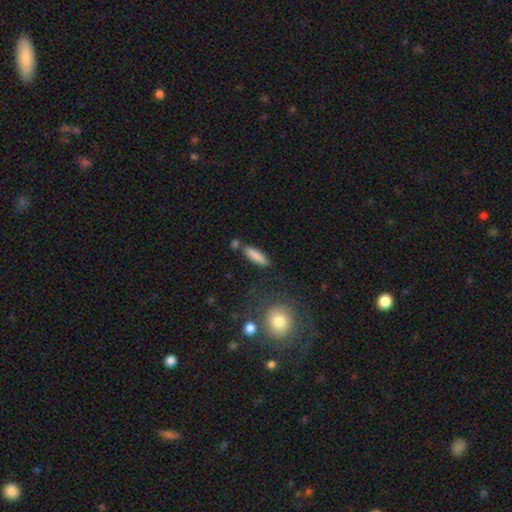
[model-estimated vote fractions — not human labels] Smooth or featured?
  - smooth: 84% *
  - featured or disk: 9%
  - star or artifact: 7%
How rounded?
  - cigar-shaped: 61% *
  - in between: 36%
  - round: 2%
Merging?
  - none: 75% *
  - minor disturbance: 13%
  - merger: 9%
  - major disturbance: 3%